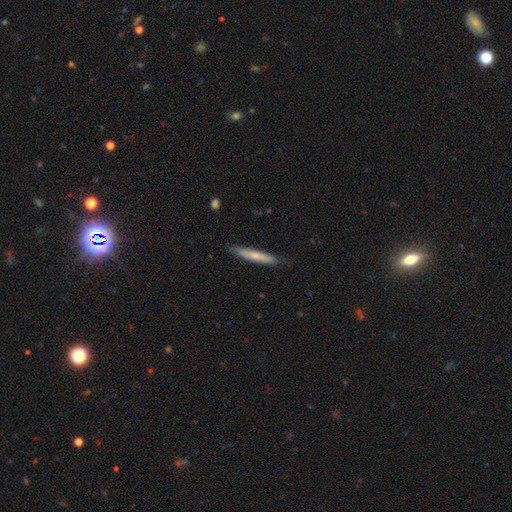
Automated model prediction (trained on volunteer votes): Smooth or featured: smooth — 62% (featured or disk — 33%)
How rounded: cigar-shaped — 94% (in between — 4%)
Merging: none — 85% (minor disturbance — 12%)